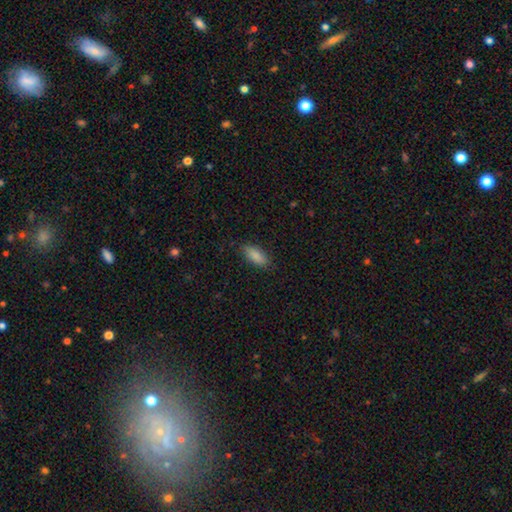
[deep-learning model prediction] A smooth galaxy with no disk features (87%) that is in between round and cigar-shaped (78%).

Vote fractions:
- Smooth or featured? smooth: 87% / star or artifact: 7% / featured or disk: 6%
- How rounded? in between: 78% / cigar-shaped: 20% / round: 2%
- Merging? none: 85% / minor disturbance: 11% / major disturbance: 2% / merger: 1%